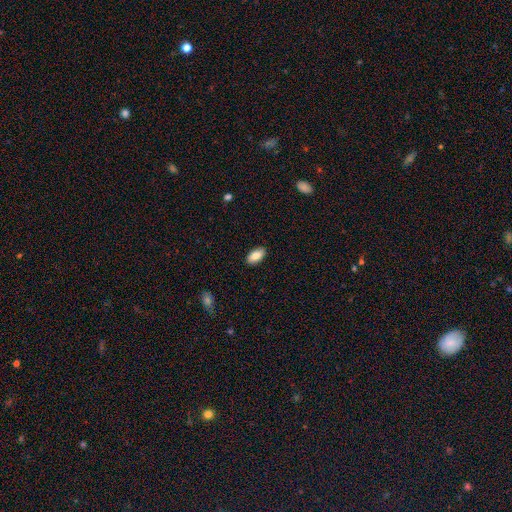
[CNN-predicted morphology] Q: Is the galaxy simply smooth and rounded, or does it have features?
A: smooth — 82%.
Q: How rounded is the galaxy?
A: in between — 93%.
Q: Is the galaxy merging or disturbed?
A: none — 88%.